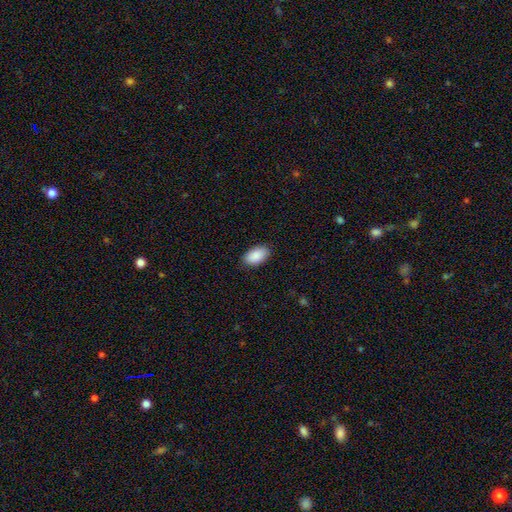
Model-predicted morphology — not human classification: Q: Smooth or featured?
A: smooth (90%); runner-up: star or artifact (6%)
Q: How rounded?
A: in between (95%); runner-up: round (3%)
Q: Merging?
A: none (88%); runner-up: minor disturbance (9%)